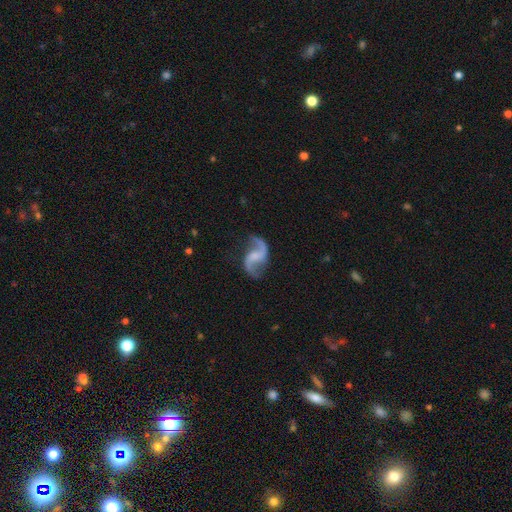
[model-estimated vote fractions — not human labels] Smooth or featured? featured or disk (90%)
Edge-on disk? no (98%)
Bar? weak (44%)
Spiral arms? yes (97%)
Spiral winding? loose (74%)
Spiral arm count? 2 (94%)
Bulge size? none (50%)
Merging? none (78%)